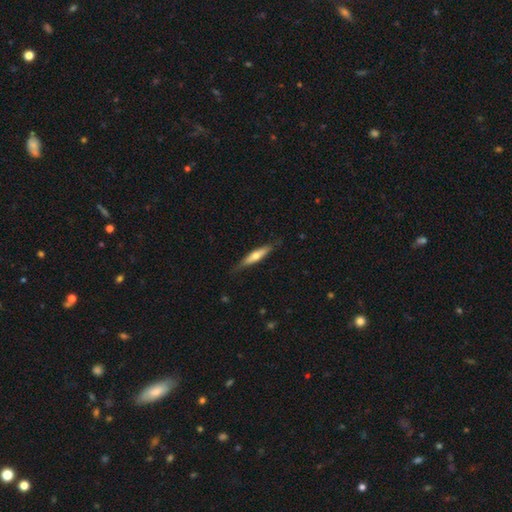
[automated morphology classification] smooth 51%, featured or disk 44%, star or artifact 5%. Down the decision tree: how rounded — cigar-shaped (83%); merging — none (80%).